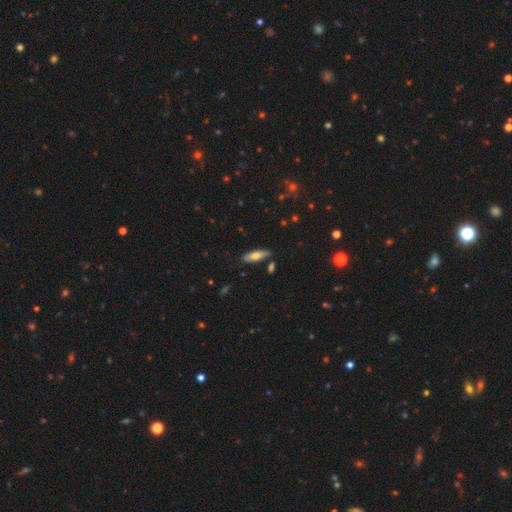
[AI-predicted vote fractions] Q: Smooth or featured?
A: smooth (65%); runner-up: featured or disk (28%)
Q: How rounded?
A: in between (50%); runner-up: cigar-shaped (48%)
Q: Merging?
A: none (83%); runner-up: minor disturbance (12%)